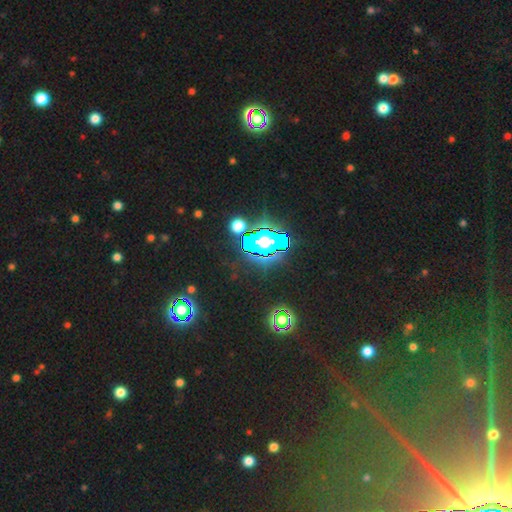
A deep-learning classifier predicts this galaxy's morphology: star or artifact 82%, smooth 10%, featured or disk 8%.